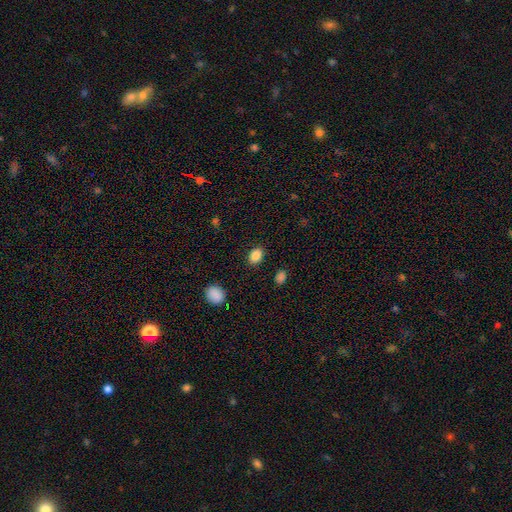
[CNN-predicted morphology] Smooth or featured? smooth (87%)
How rounded? in between (74%)
Merging? none (88%)